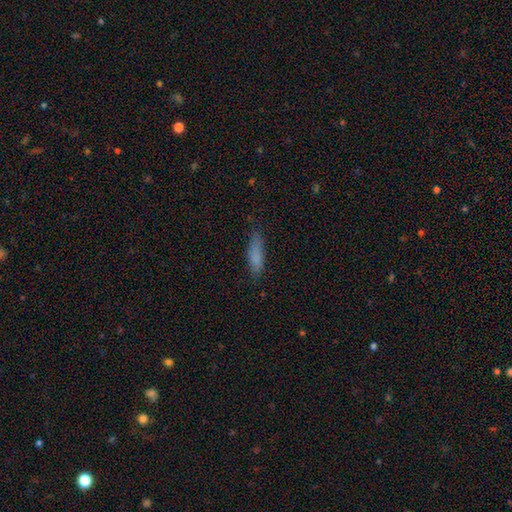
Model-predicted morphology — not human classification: smooth-or-featured: smooth: 79% | featured or disk: 13% | star or artifact: 8%
  how-rounded: cigar-shaped: 63% | in between: 35% | round: 2%
  merging: none: 73% | minor disturbance: 20% | major disturbance: 5% | merger: 2%